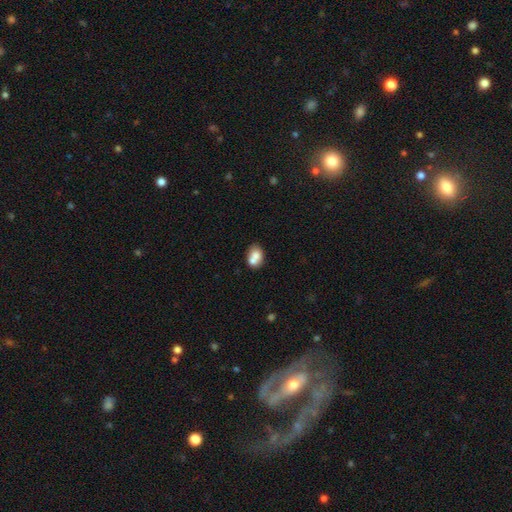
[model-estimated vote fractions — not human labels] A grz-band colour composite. It shows a smooth galaxy with no disk features (73%) that is in between round and cigar-shaped (68%). Merging: merger (49%).